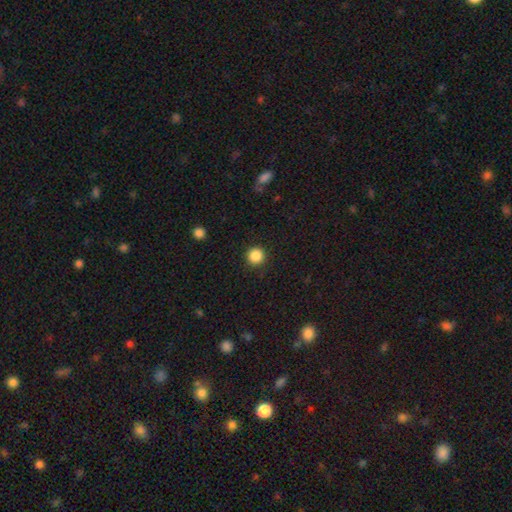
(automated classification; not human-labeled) Smooth or featured: smooth — 87% (star or artifact — 11%)
How rounded: round — 95% (in between — 4%)
Merging: none — 92% (minor disturbance — 5%)